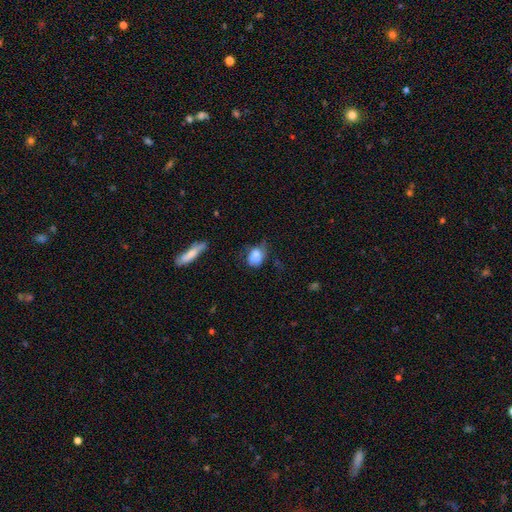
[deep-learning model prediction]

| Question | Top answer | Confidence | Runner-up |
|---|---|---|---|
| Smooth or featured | smooth | 76% | featured or disk (16%) |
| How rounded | in between | 64% | round (34%) |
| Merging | minor disturbance | 36% | none (35%) |